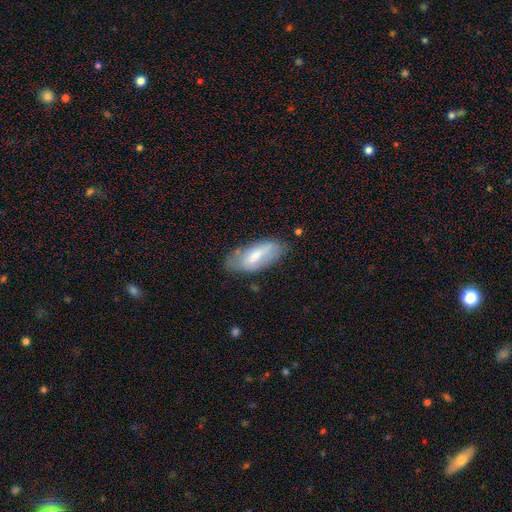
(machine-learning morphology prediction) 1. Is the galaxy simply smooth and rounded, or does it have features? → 58% smooth, 35% featured or disk, 7% star or artifact.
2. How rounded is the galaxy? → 83% in between, 15% cigar-shaped, 2% round.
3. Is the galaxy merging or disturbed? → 65% none, 25% minor disturbance, 8% major disturbance, 2% merger.